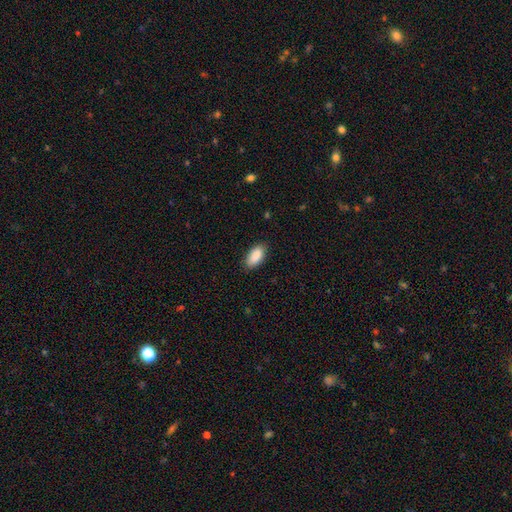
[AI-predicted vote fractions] Morphology: type=smooth (90%); roundness=in between (92%); merging=none (85%).